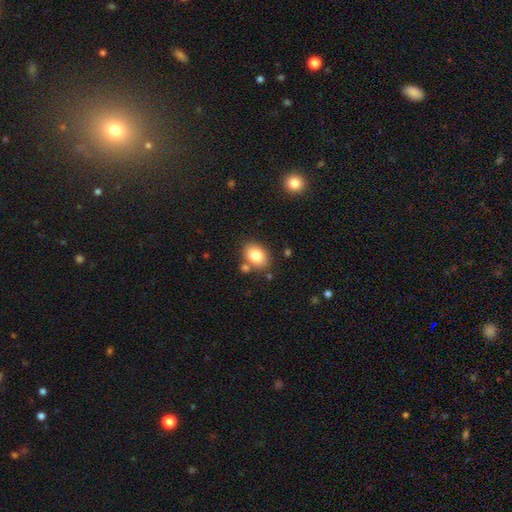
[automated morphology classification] A smooth galaxy with no disk features (82%) that is in between round and cigar-shaped (74%).

Vote fractions:
- Smooth or featured? smooth: 82% / featured or disk: 9% / star or artifact: 8%
- How rounded? in between: 74% / round: 25% / cigar-shaped: 1%
- Merging? none: 76% / minor disturbance: 12% / merger: 9% / major disturbance: 3%